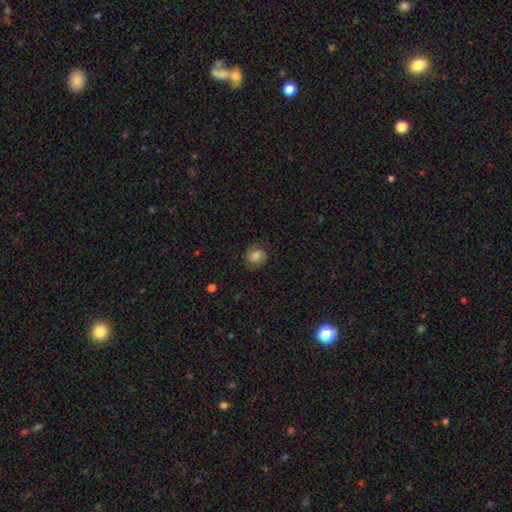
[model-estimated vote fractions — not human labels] This is possibly a smooth galaxy (56%). How rounded: likely round (76%). Merging: likely none (78%).